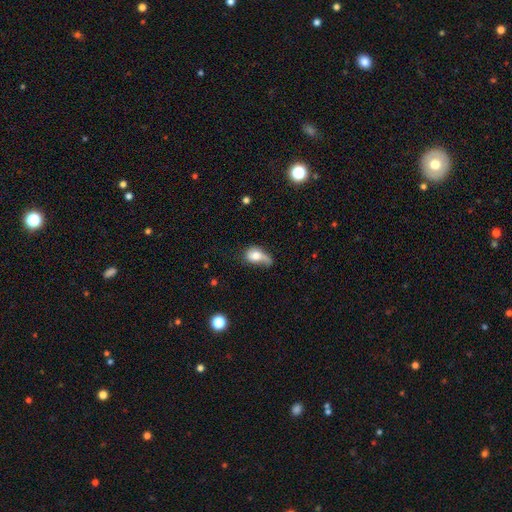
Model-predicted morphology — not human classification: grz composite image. It shows a smooth galaxy with no disk features (63%) that is in between round and cigar-shaped (72%). Merging: major disturbance (36%).